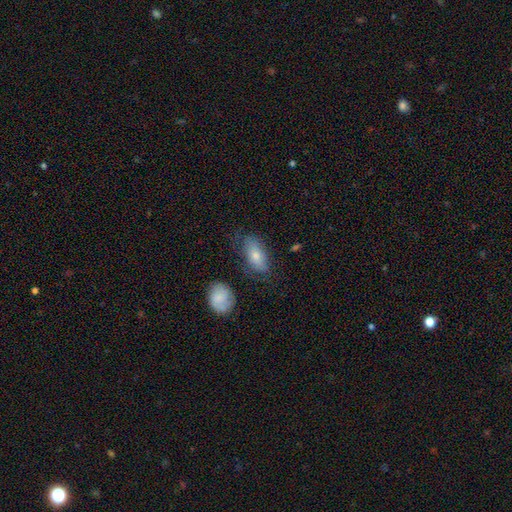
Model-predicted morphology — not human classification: The model was most divided on "merging": none: 63%, minor disturbance: 24%, major disturbance: 9%, merger: 4%. More confident: how rounded — in between (88%); smooth or featured — smooth (73%).